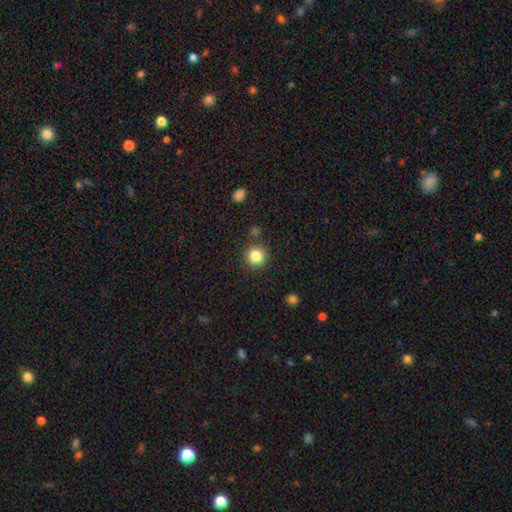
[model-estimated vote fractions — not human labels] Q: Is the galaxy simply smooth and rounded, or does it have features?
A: smooth — 83%.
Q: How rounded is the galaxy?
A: round — 94%.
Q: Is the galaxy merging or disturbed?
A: none — 87%.